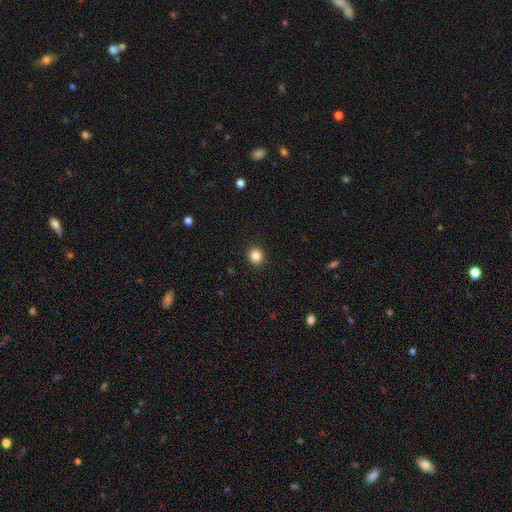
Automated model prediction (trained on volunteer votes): A smooth galaxy with no disk features (86%) that is round (84%).

Vote fractions:
- Smooth or featured? smooth: 86% / star or artifact: 10% / featured or disk: 4%
- How rounded? round: 84% / in between: 15% / cigar-shaped: 1%
- Merging? none: 92% / minor disturbance: 5% / major disturbance: 2% / merger: 1%